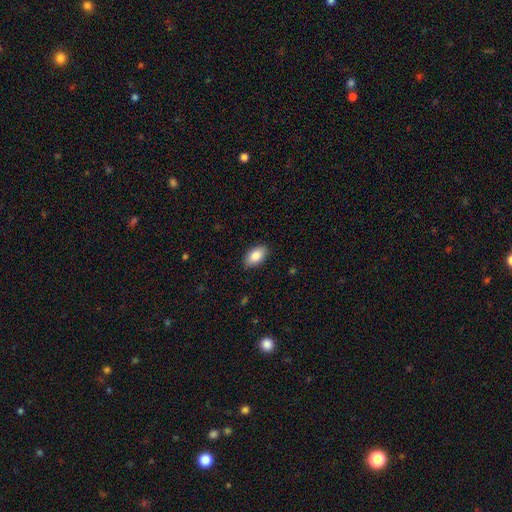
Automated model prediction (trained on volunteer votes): The model was most divided on "smooth or featured": smooth: 85%, featured or disk: 8%, star or artifact: 7%. More confident: how rounded — in between (94%); merging — none (87%).